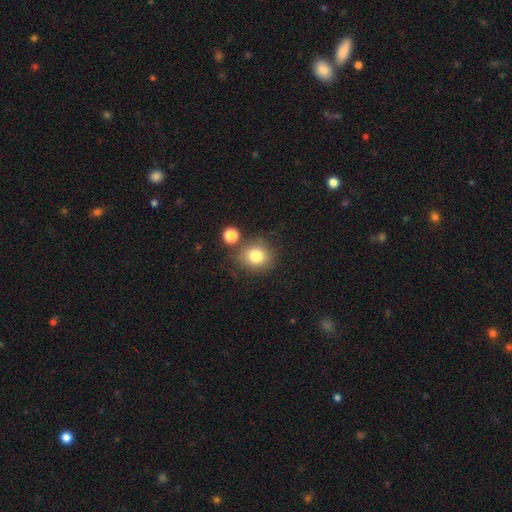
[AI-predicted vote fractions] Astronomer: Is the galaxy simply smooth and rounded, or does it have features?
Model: smooth — 81%.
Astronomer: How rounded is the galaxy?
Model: round — 79%.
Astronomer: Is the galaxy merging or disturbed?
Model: none — 71%.